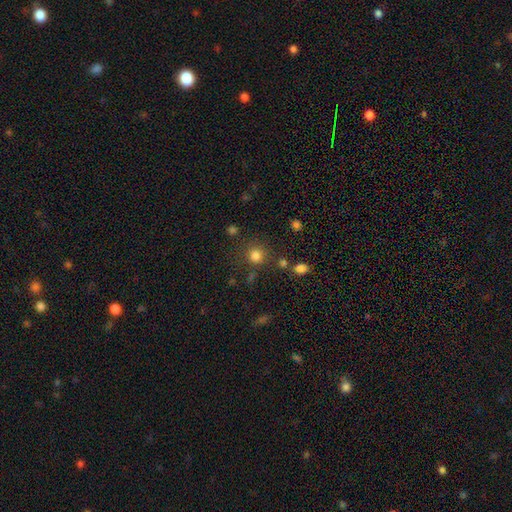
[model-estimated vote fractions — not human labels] Smooth or featured? Predicted: smooth (p=0.80). How rounded? Predicted: round (p=0.90). Merging? Predicted: none (p=0.77).